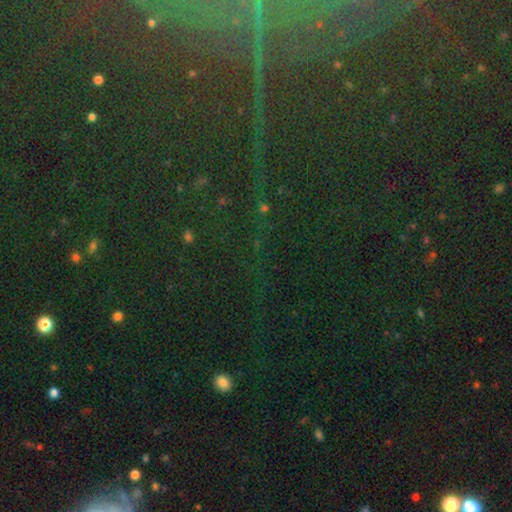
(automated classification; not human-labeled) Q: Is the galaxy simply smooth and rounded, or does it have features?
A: star or artifact — 84%.